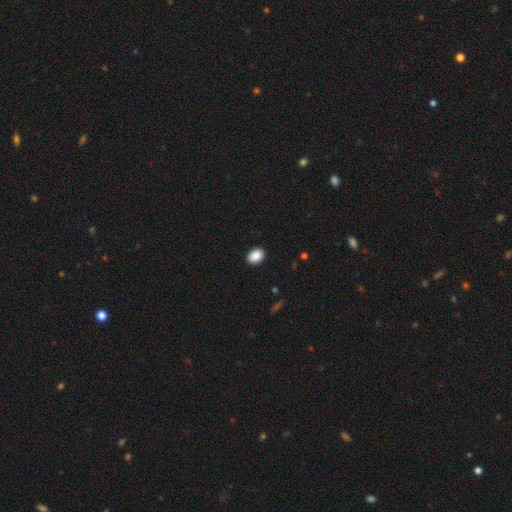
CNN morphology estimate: Smooth or featured? smooth (89%)
How rounded? in between (76%)
Merging? none (91%)